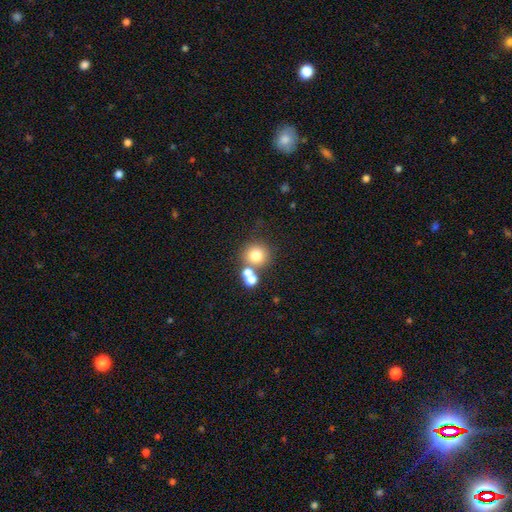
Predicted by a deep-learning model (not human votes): smooth 75%, star or artifact 14%, featured or disk 12%. Down the decision tree: how rounded — round (90%); merging — none (63%).